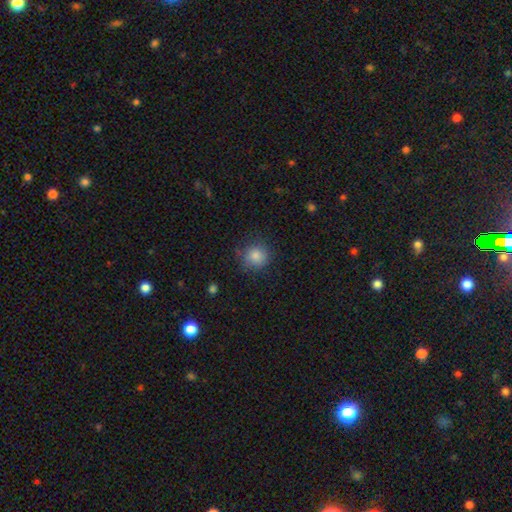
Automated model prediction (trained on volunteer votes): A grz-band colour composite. It shows a smooth galaxy with no disk features (84%) that is round (91%). Merging: none (80%).